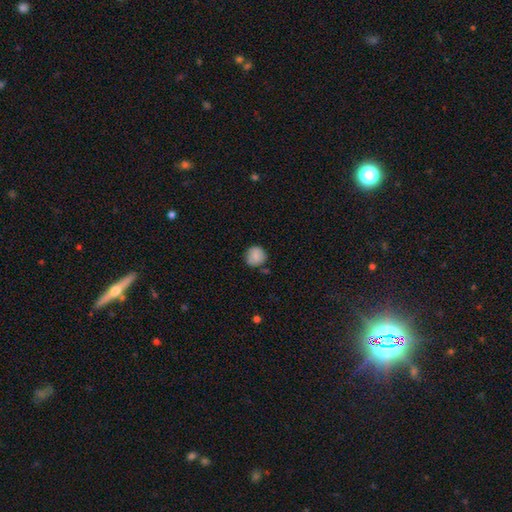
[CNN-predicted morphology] A smooth galaxy with no disk features (85%) that is round (92%).

Vote fractions:
- Smooth or featured? smooth: 85% / star or artifact: 8% / featured or disk: 7%
- How rounded? round: 92% / in between: 7% / cigar-shaped: 1%
- Merging? none: 78% / minor disturbance: 15% / merger: 4% / major disturbance: 3%